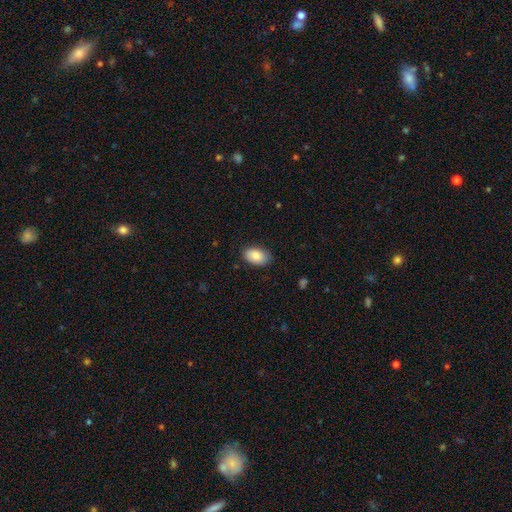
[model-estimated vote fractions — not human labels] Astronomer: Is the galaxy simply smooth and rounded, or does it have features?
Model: smooth — 85%.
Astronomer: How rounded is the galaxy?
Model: in between — 91%.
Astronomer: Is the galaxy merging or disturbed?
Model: none — 84%.